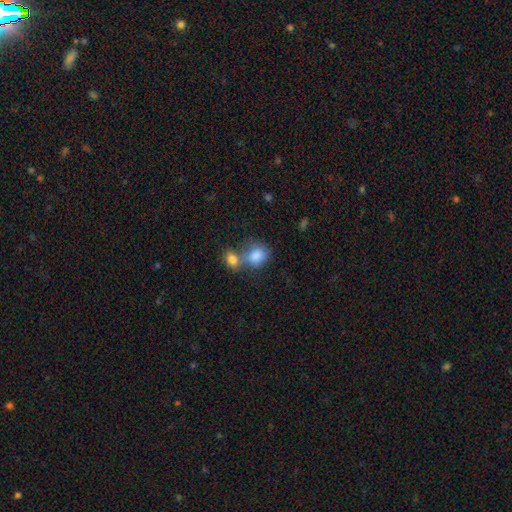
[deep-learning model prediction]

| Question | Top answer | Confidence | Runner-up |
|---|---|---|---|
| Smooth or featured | smooth | 83% | star or artifact (9%) |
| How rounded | round | 50% | in between (49%) |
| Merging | merger | 52% | none (33%) |